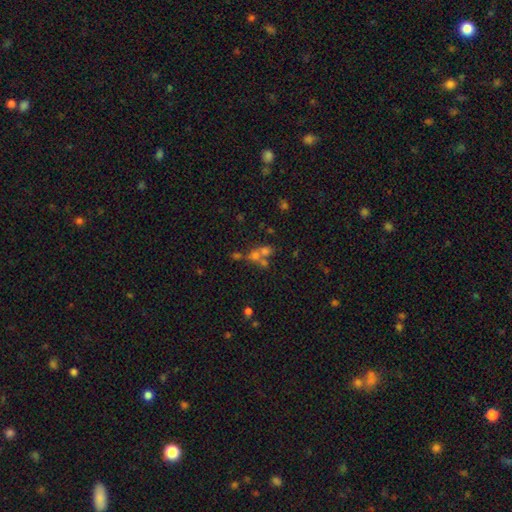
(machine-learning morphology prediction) type=smooth (47%); merging=merger (52%).